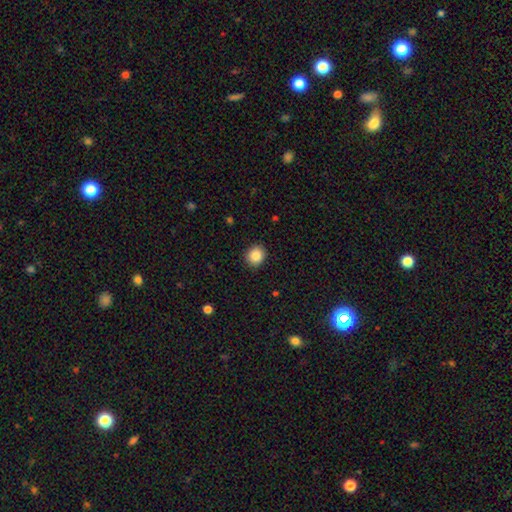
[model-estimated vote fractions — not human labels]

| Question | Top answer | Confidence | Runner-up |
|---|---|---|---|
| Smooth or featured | smooth | 88% | star or artifact (9%) |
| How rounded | round | 82% | in between (17%) |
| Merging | none | 89% | minor disturbance (8%) |